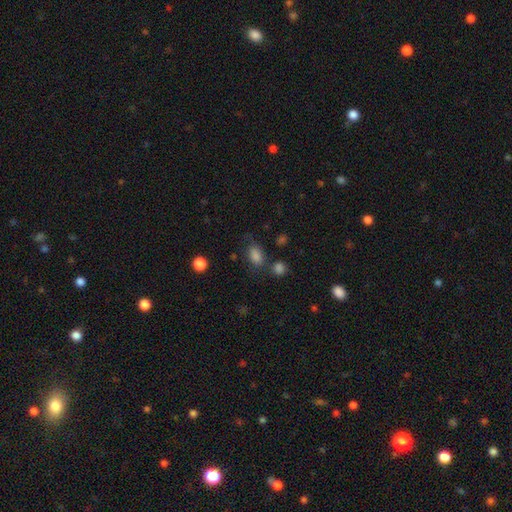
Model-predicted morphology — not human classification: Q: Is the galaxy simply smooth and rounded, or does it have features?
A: smooth — 80%.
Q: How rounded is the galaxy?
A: in between — 82%.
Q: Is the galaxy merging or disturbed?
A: none — 64%.